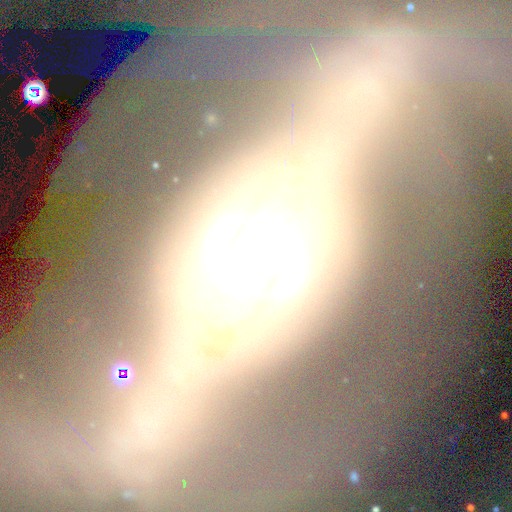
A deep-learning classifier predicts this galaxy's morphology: The model was most divided on "bar": no: 42%, strong: 33%, weak: 25%. Remaining: edge-on disk — no (87%); smooth or featured — featured or disk (80%); spiral arms — yes (72%); bulge size — moderate (54%); spiral arm count — 2 (49%); spiral winding — tight (45%); merging — none (45%).